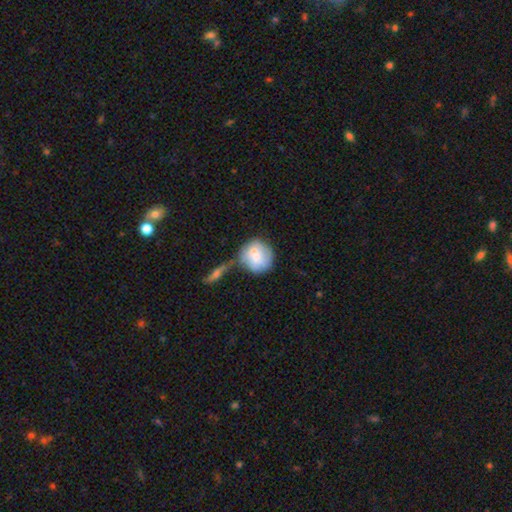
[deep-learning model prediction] A smooth galaxy with no disk features (64%) that is round (84%).

Vote fractions:
- Smooth or featured? smooth: 64% / featured or disk: 29% / star or artifact: 7%
- How rounded? round: 84% / in between: 14% / cigar-shaped: 1%
- Merging? none: 38% / merger: 34% / minor disturbance: 19% / major disturbance: 9%